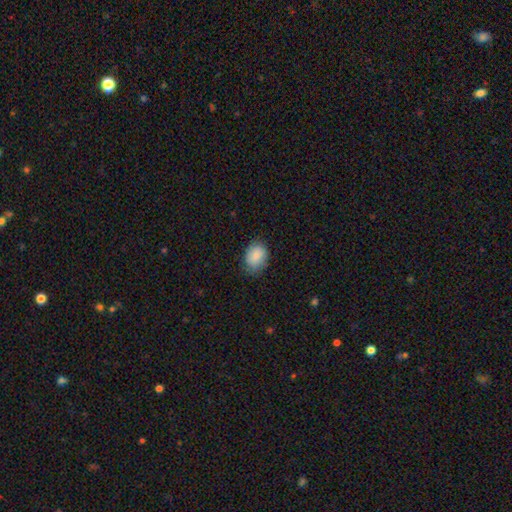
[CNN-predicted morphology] Smooth or featured: smooth — 85% (featured or disk — 9%)
How rounded: in between — 67% (round — 32%)
Merging: none — 74% (minor disturbance — 20%)